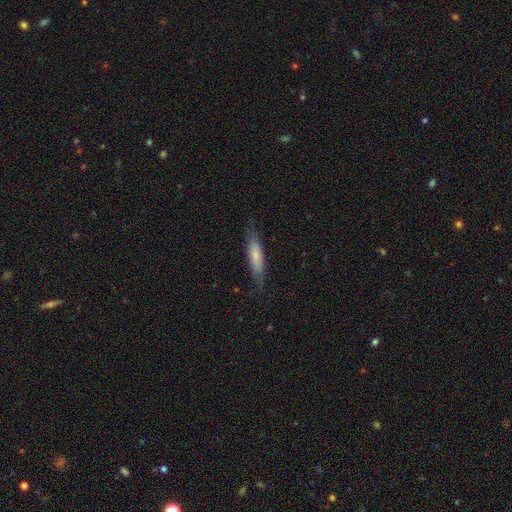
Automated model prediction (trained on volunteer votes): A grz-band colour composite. It shows a smooth galaxy with no disk features (67%) that is cigar-shaped (74%). Merging: none (77%).